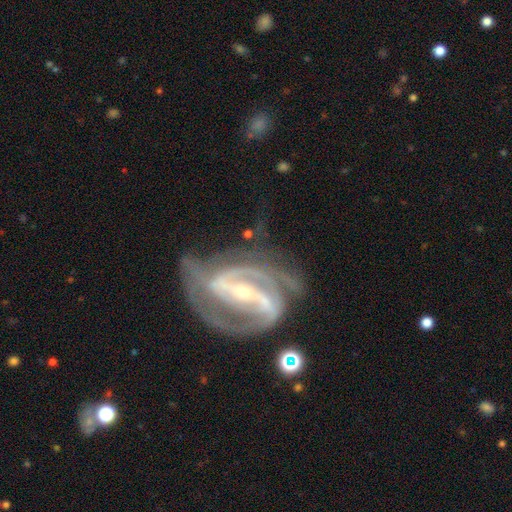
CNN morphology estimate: Smooth or featured? Predicted: featured or disk (p=0.91). Edge-on disk? Predicted: no (p=0.96). Bar? Predicted: strong (p=0.67). Spiral arms? Predicted: yes (p=0.97). Spiral winding? Predicted: medium (p=0.48). Spiral arm count? Predicted: 2 (p=0.69). Bulge size? Predicted: small (p=0.62). Merging? Predicted: none (p=0.60).